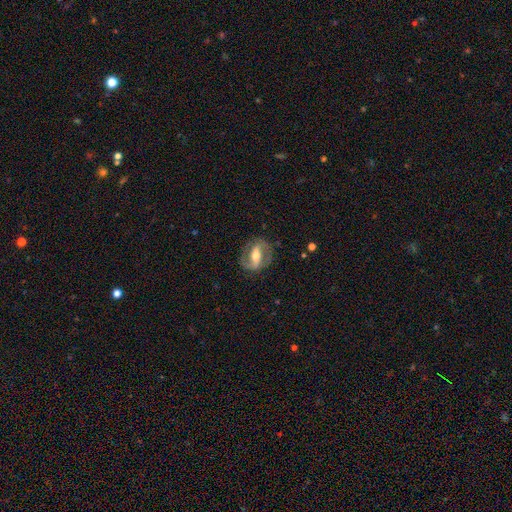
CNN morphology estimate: The model was most divided on "spiral winding": medium: 48%, tight: 28%, loose: 23%. More confident: edge-on disk — no (94%); spiral arm count — 2 (87%); spiral arms — yes (86%); smooth or featured — featured or disk (81%); merging — none (80%); bulge size — moderate (66%); bar — strong (58%).